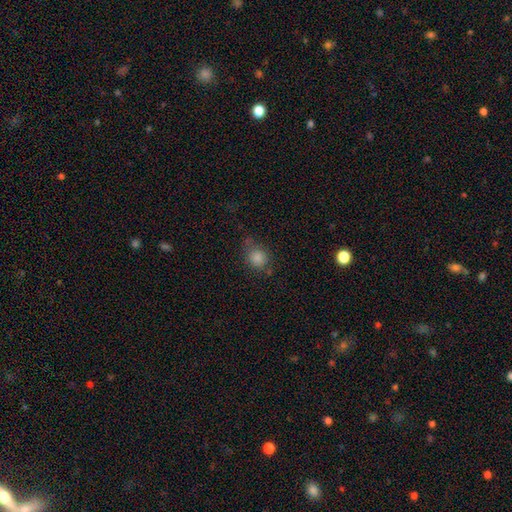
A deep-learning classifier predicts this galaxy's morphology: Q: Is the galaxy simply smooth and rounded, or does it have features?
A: smooth — 83%.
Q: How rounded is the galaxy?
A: round — 77%.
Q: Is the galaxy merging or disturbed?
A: none — 64%.